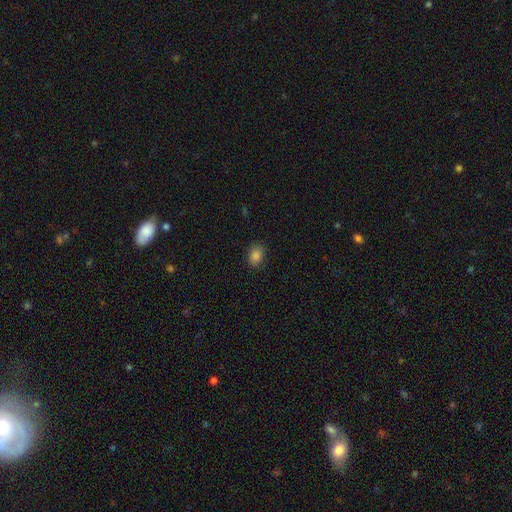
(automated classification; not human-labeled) smooth 85%, star or artifact 11%, featured or disk 5%. Down the decision tree: how rounded — in between (76%); merging — none (84%).